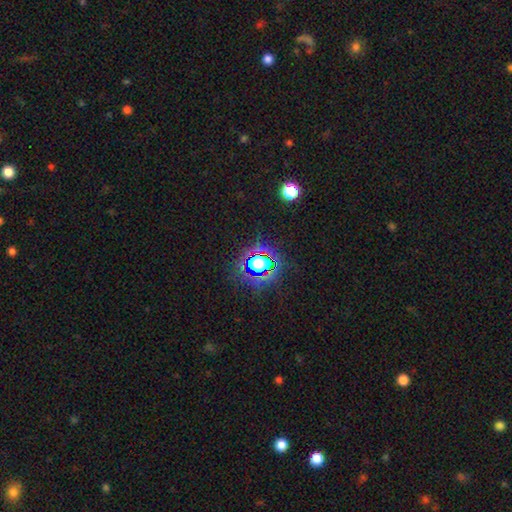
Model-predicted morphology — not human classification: smooth_or_featured: star or artifact (p=0.79) [alt: smooth p=0.13]